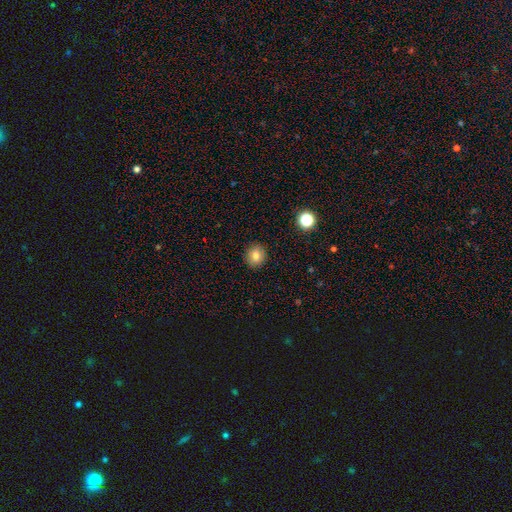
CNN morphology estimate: Smooth or featured: smooth — 79% (star or artifact — 11%)
How rounded: round — 80% (in between — 19%)
Merging: none — 91% (minor disturbance — 6%)